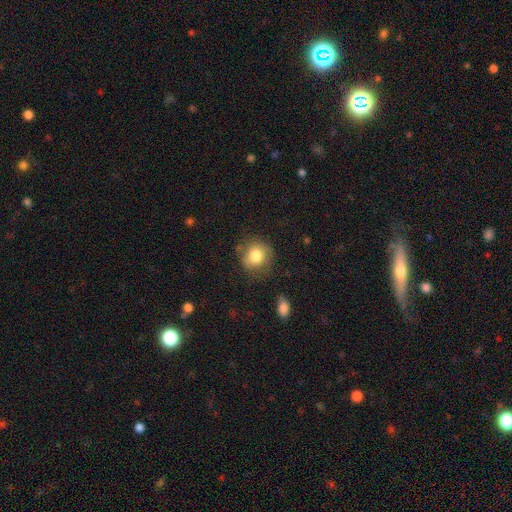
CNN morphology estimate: This is clearly a smooth galaxy (80%). How rounded: clearly round (82%). Merging: likely none (71%).